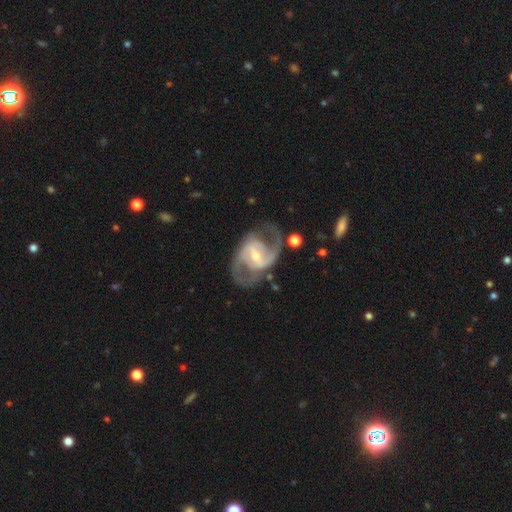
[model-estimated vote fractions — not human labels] Smooth or featured? featured or disk (89%)
Edge-on disk? no (97%)
Bar? weak (43%, tied with strong)
Spiral arms? yes (94%)
Spiral winding? medium (59%)
Spiral arm count? 2 (89%)
Bulge size? small (52%)
Merging? none (68%)